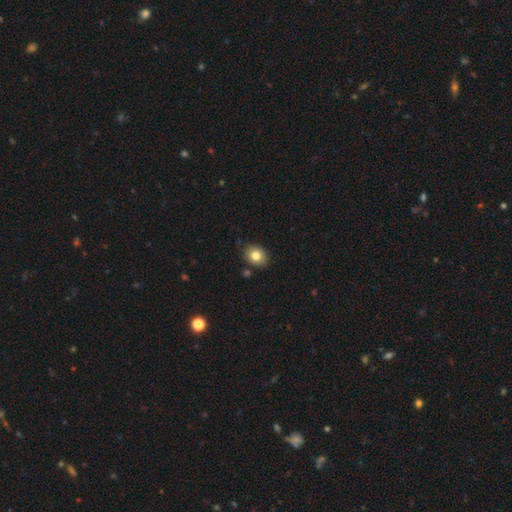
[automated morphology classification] Q: Smooth or featured?
A: smooth (80%); runner-up: featured or disk (10%)
Q: How rounded?
A: round (53%); runner-up: in between (47%)
Q: Merging?
A: none (85%); runner-up: minor disturbance (9%)